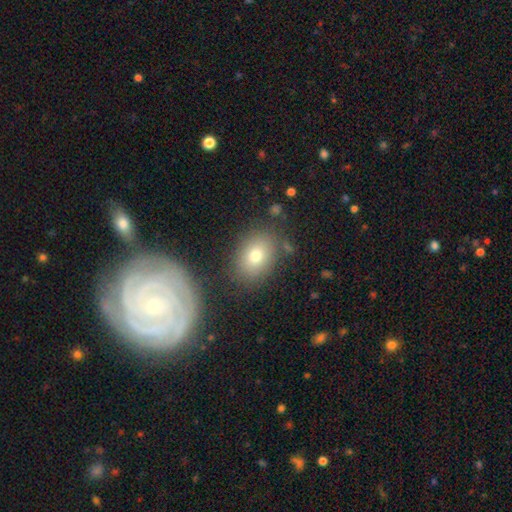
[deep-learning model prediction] Morphology: type=smooth (74%); roundness=in between (70%); merging=none (78%).